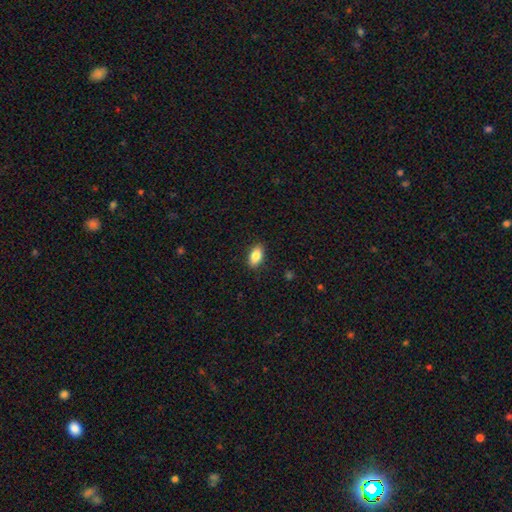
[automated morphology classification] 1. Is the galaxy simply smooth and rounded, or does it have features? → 86% smooth, 7% star or artifact, 7% featured or disk.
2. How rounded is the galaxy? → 91% in between, 5% round, 4% cigar-shaped.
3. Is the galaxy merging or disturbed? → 89% none, 8% minor disturbance, 2% major disturbance, 1% merger.